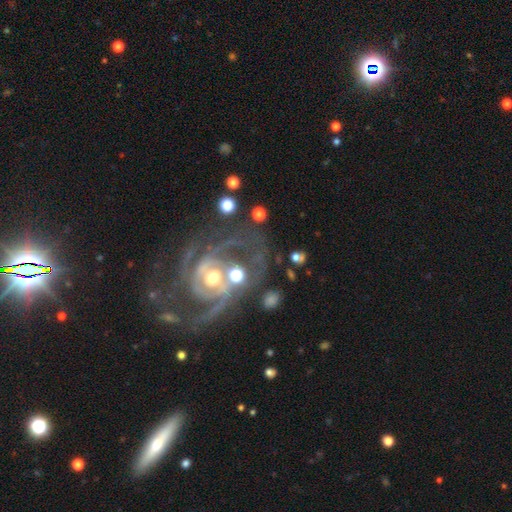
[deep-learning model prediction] A featured or disk galaxy (86%) with no bar (45%), 2 (60%) medium (50%) spiral arms (96%) and a small central bulge (52%). Merging: none (54%).